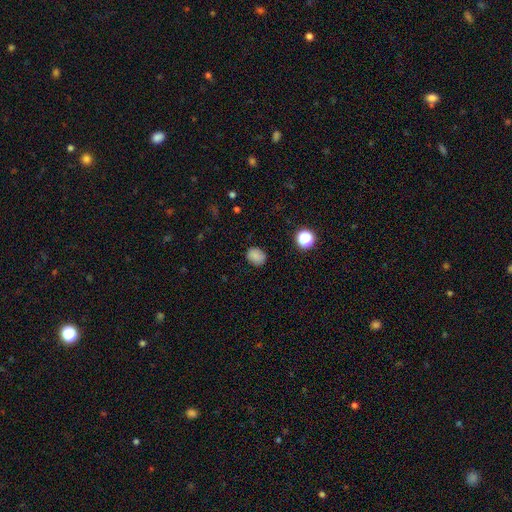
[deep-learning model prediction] Q: Smooth or featured?
A: smooth (82%); runner-up: star or artifact (12%)
Q: How rounded?
A: round (54%); runner-up: in between (46%)
Q: Merging?
A: none (84%); runner-up: minor disturbance (12%)